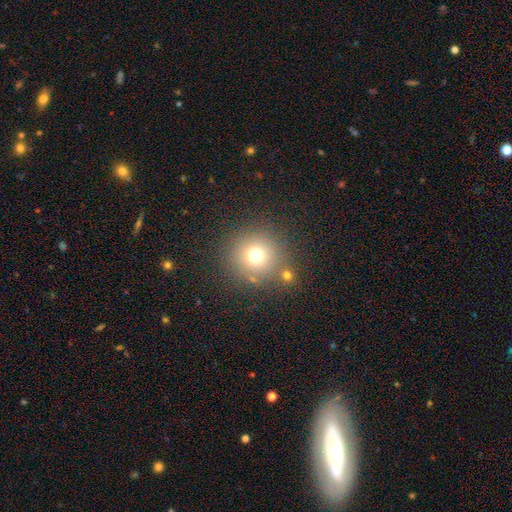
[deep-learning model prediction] Smooth or featured?
  - smooth: 71% *
  - star or artifact: 17%
  - featured or disk: 12%
How rounded?
  - round: 94% *
  - in between: 5%
  - cigar-shaped: 1%
Merging?
  - none: 77% *
  - merger: 10%
  - minor disturbance: 9%
  - major disturbance: 5%